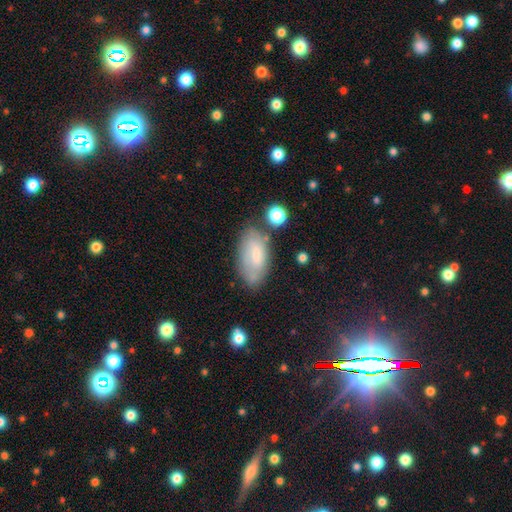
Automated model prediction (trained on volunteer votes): Smooth or featured: smooth — 60% (featured or disk — 33%)
How rounded: in between — 91% (cigar-shaped — 6%)
Merging: none — 62% (minor disturbance — 24%)